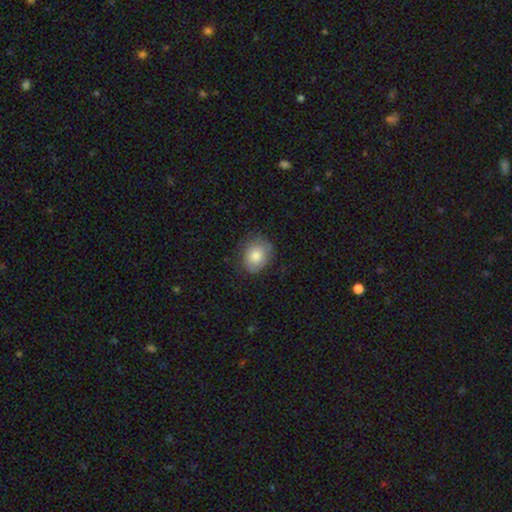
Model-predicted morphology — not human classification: This appears to be a smooth galaxy with no disk features (77%) that is in between round and cigar-shaped (51%). Merging: none (69%).